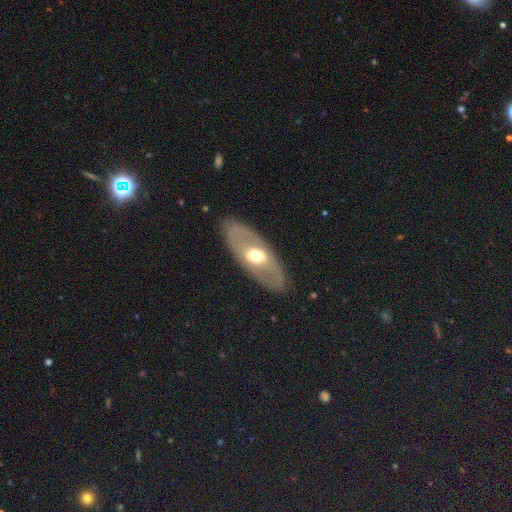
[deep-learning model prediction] A featured or disk galaxy (57%). Merging: none (85%).